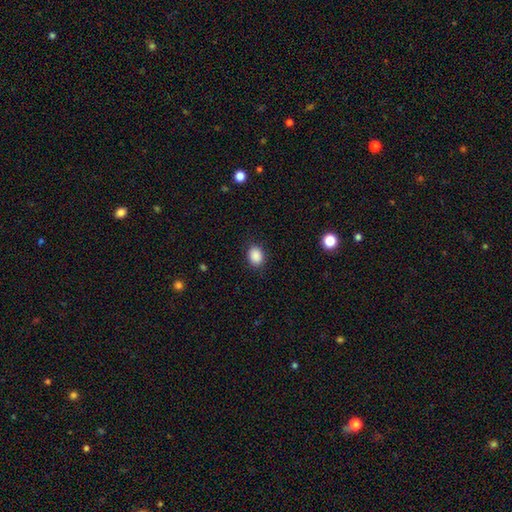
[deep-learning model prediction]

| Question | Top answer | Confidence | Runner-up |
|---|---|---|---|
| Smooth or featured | smooth | 89% | star or artifact (9%) |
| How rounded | in between | 58% | round (41%) |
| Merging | none | 87% | minor disturbance (9%) |